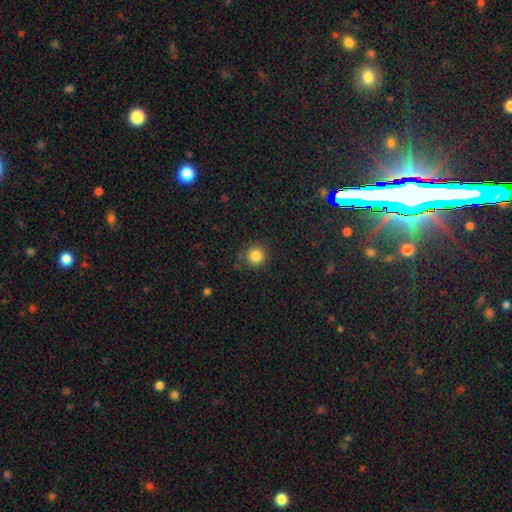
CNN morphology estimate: This is clearly a smooth galaxy (85%). How rounded: clearly round (93%). Merging: clearly none (84%).